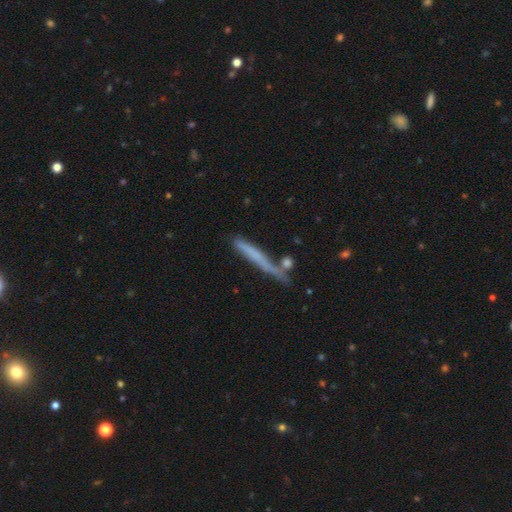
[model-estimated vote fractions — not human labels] A smooth galaxy with no disk features (54%) that is cigar-shaped (95%). Merging: none (67%).